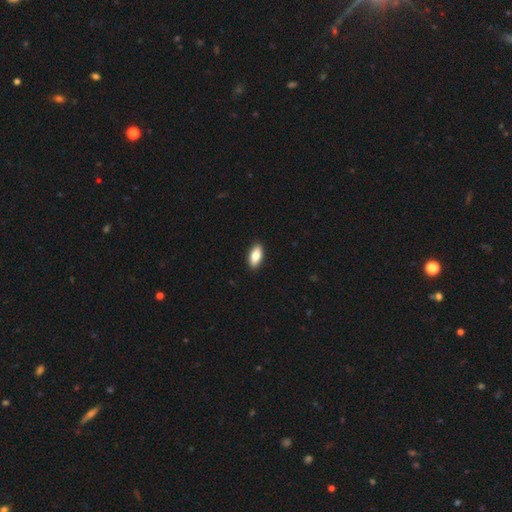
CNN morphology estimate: A smooth galaxy with no disk features (81%) that is in between round and cigar-shaped (85%).

Vote fractions:
- Smooth or featured? smooth: 81% / featured or disk: 13% / star or artifact: 6%
- How rounded? in between: 85% / cigar-shaped: 12% / round: 3%
- Merging? none: 90% / minor disturbance: 7% / major disturbance: 2% / merger: 1%